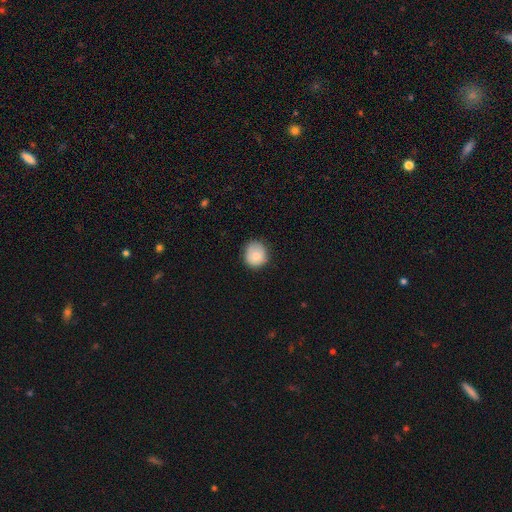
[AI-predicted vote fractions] Smooth or featured? smooth (82%)
How rounded? round (82%)
Merging? none (79%)